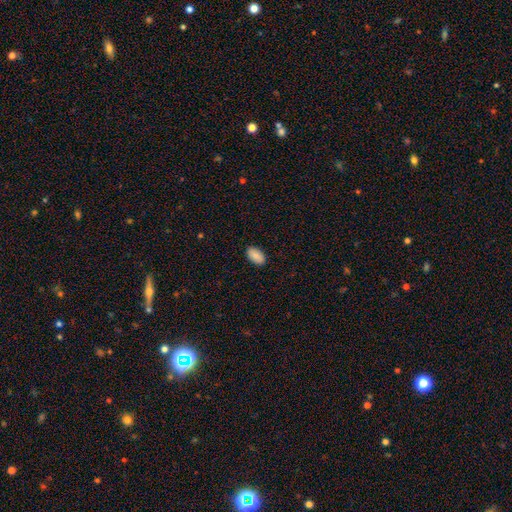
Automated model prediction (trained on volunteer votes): Smooth or featured: smooth — 88% (star or artifact — 7%)
How rounded: in between — 94% (round — 4%)
Merging: none — 89% (minor disturbance — 8%)